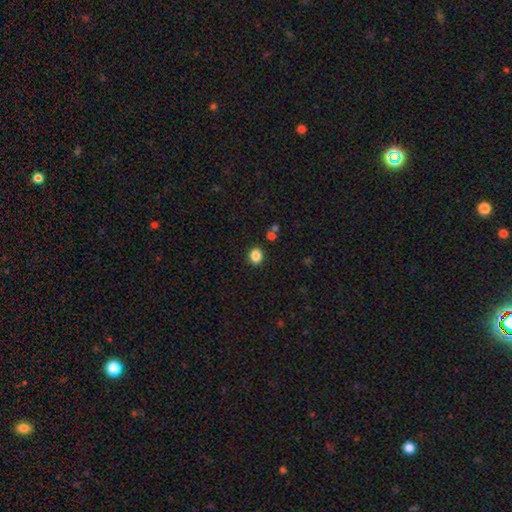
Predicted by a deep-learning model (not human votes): Smooth or featured?
  - smooth: 85% *
  - star or artifact: 10%
  - featured or disk: 4%
How rounded?
  - round: 61% *
  - in between: 38%
  - cigar-shaped: 1%
Merging?
  - none: 87% *
  - minor disturbance: 7%
  - merger: 3%
  - major disturbance: 2%